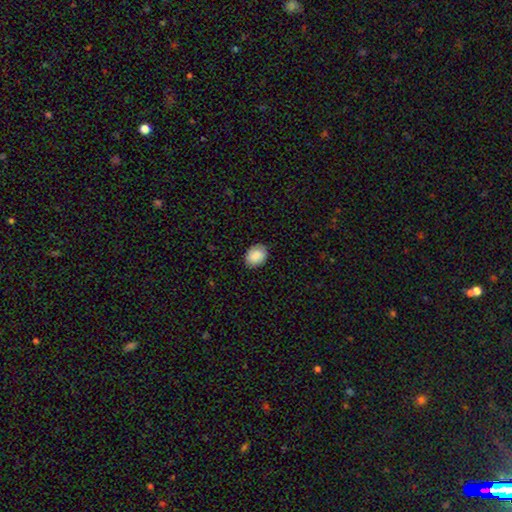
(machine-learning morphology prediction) smooth 88%, star or artifact 7%, featured or disk 5%. Down the decision tree: how rounded — in between (67%); merging — none (83%).